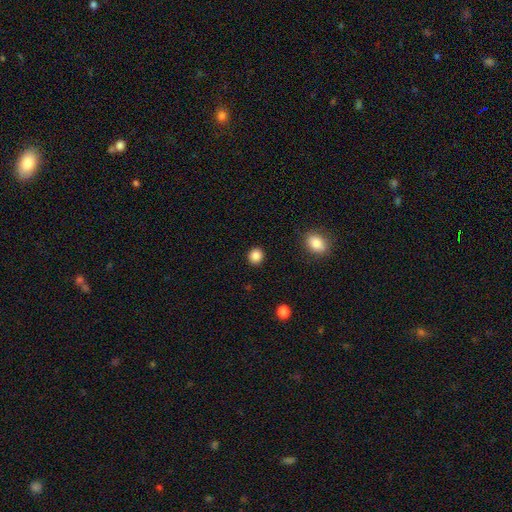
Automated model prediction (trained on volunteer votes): Smooth or featured?
  - smooth: 86% *
  - star or artifact: 10%
  - featured or disk: 4%
How rounded?
  - round: 87% *
  - in between: 12%
  - cigar-shaped: 1%
Merging?
  - none: 92% *
  - minor disturbance: 5%
  - major disturbance: 2%
  - merger: 1%